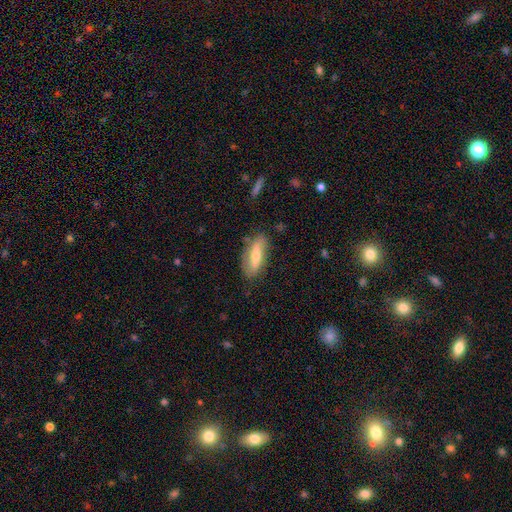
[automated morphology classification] This is possibly a smooth galaxy (48%). Merging: likely none (80%).